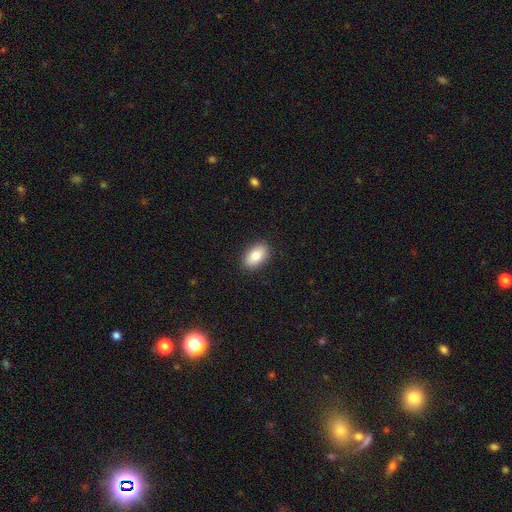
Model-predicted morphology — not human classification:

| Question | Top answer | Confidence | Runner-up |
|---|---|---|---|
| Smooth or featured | smooth | 85% | featured or disk (8%) |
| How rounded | in between | 92% | round (6%) |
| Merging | none | 90% | minor disturbance (8%) |